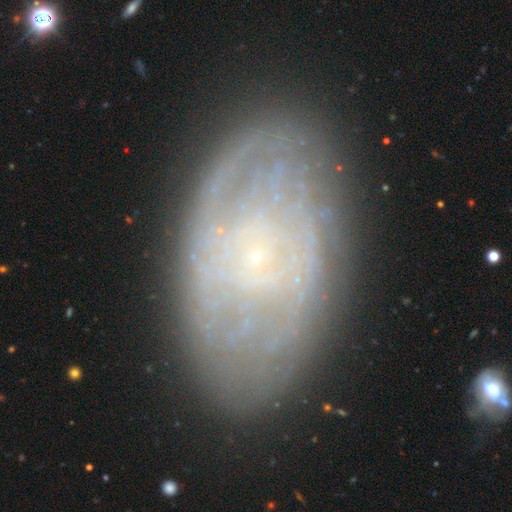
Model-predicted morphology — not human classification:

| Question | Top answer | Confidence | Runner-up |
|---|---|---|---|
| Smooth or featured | featured or disk | 70% | smooth (21%) |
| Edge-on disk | no | 94% | yes (6%) |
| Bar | no | 78% | weak (17%) |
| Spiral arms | yes | 76% | no (24%) |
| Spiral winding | tight | 70% | medium (21%) |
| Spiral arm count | can't tell | 58% | 2 (13%) |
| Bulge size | small | 86% | none (6%) |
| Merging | none | 79% | minor disturbance (14%) |